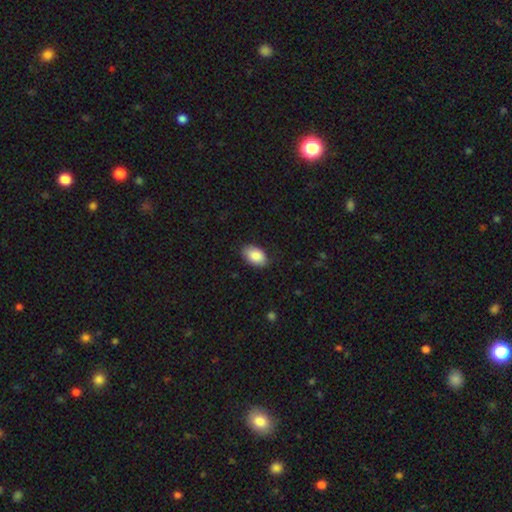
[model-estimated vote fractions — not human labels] Smooth or featured: smooth — 87% (featured or disk — 7%)
How rounded: in between — 91% (round — 7%)
Merging: none — 81% (minor disturbance — 15%)